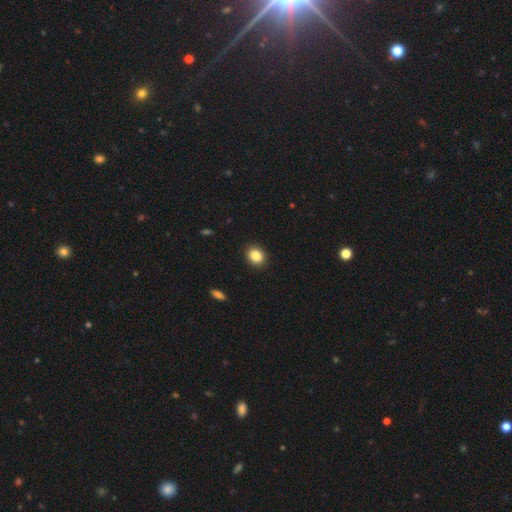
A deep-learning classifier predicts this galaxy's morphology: A smooth galaxy with no disk features (87%) that is in between round and cigar-shaped (53%).

Vote fractions:
- Smooth or featured? smooth: 87% / star or artifact: 9% / featured or disk: 4%
- How rounded? in between: 53% / round: 46% / cigar-shaped: 1%
- Merging? none: 90% / minor disturbance: 7% / major disturbance: 2% / merger: 1%